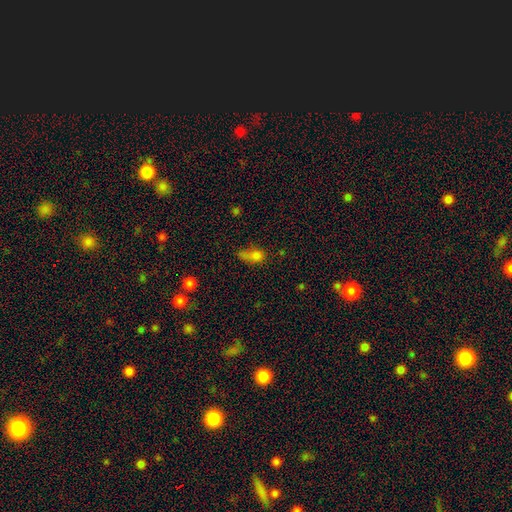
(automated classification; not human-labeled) Q: Smooth or featured?
A: smooth (74%); runner-up: star or artifact (15%)
Q: How rounded?
A: in between (68%); runner-up: round (25%)
Q: Merging?
A: none (30%); runner-up: minor disturbance (26%)